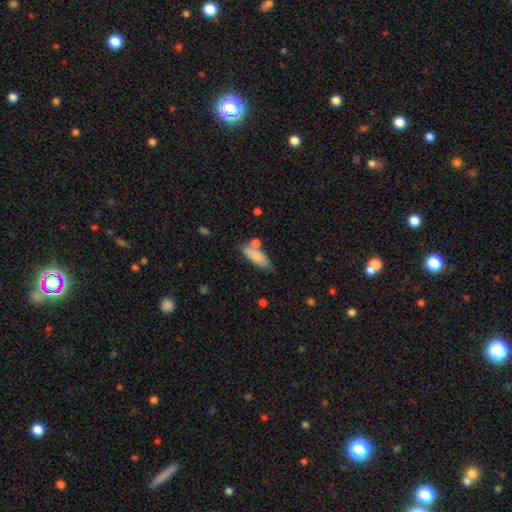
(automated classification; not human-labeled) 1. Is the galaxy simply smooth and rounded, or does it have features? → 81% smooth, 12% featured or disk, 7% star or artifact.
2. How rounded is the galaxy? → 70% in between, 28% cigar-shaped, 2% round.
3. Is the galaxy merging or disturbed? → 56% none, 21% minor disturbance, 17% merger, 6% major disturbance.